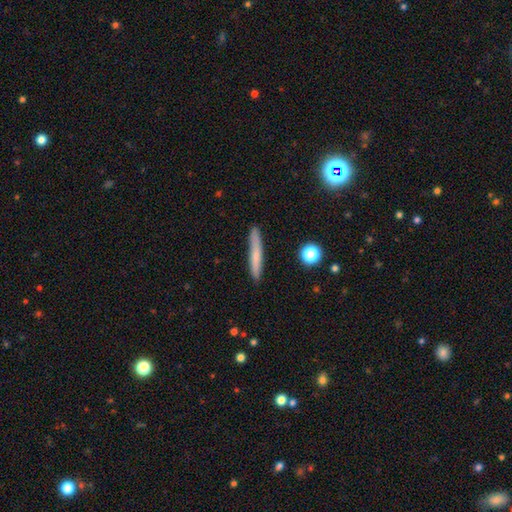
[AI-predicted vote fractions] Smooth or featured? smooth (67%)
How rounded? cigar-shaped (95%)
Merging? none (87%)